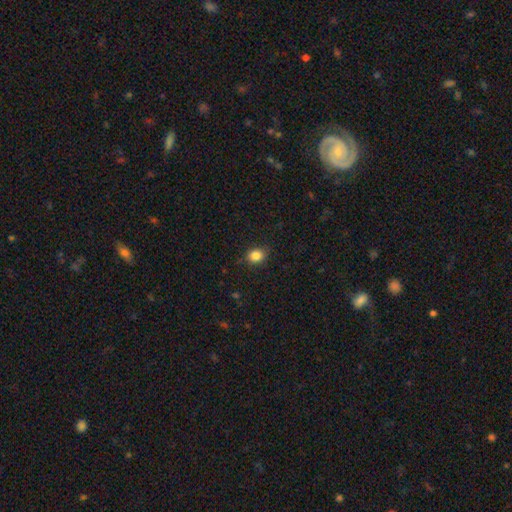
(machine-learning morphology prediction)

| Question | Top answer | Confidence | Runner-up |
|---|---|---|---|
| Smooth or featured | smooth | 85% | star or artifact (11%) |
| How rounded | round | 60% | in between (39%) |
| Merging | none | 84% | minor disturbance (12%) |